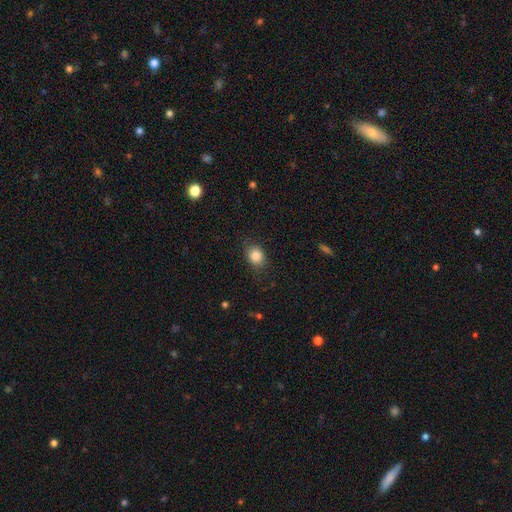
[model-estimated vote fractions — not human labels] This is clearly a smooth galaxy (85%). How rounded: possibly round (57%). Merging: likely none (78%).